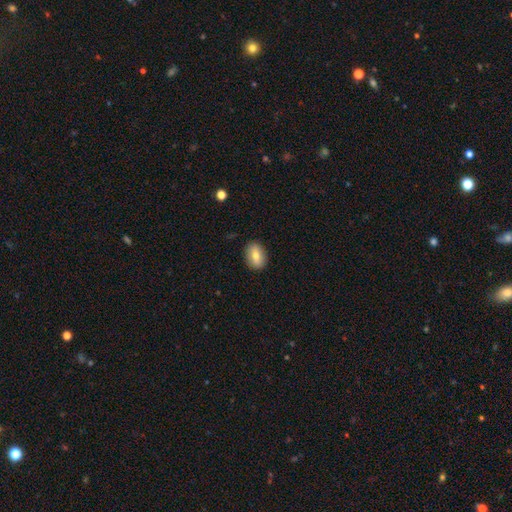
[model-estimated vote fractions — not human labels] Q: Smooth or featured?
A: smooth (69%); runner-up: featured or disk (23%)
Q: How rounded?
A: in between (76%); runner-up: round (22%)
Q: Merging?
A: none (88%); runner-up: minor disturbance (9%)